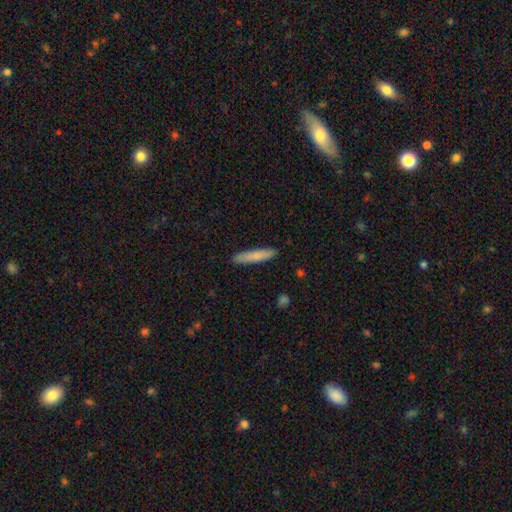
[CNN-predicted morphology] This appears to be a smooth galaxy with no disk features (79%) that is cigar-shaped (90%). Merging: none (89%).